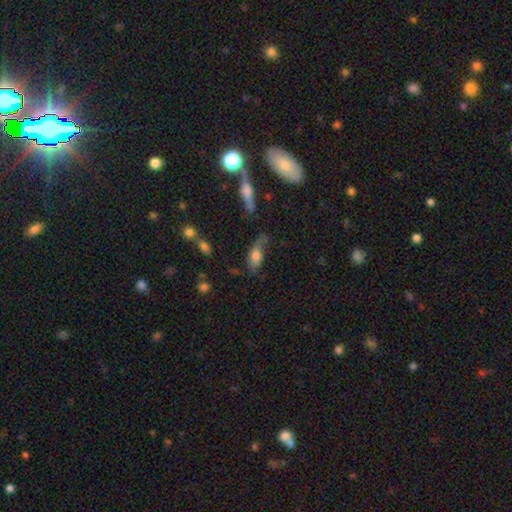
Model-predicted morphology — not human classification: This is possibly a smooth galaxy (58%). How rounded: likely in between (76%). Merging: marginally none (41%).